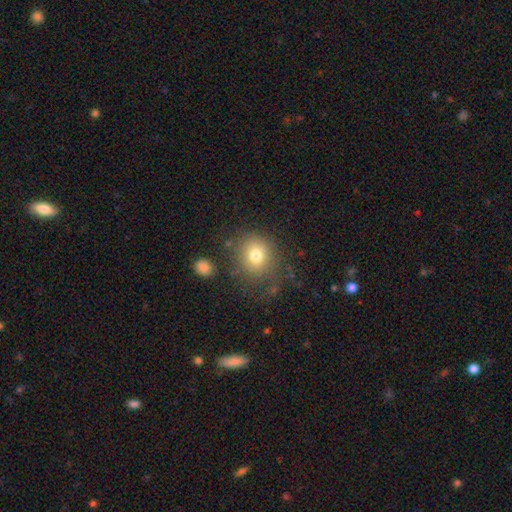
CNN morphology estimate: A smooth galaxy with no disk features (76%) that is round (77%).

Vote fractions:
- Smooth or featured? smooth: 76% / star or artifact: 12% / featured or disk: 12%
- How rounded? round: 77% / in between: 22% / cigar-shaped: 1%
- Merging? none: 70% / minor disturbance: 16% / major disturbance: 10% / merger: 4%